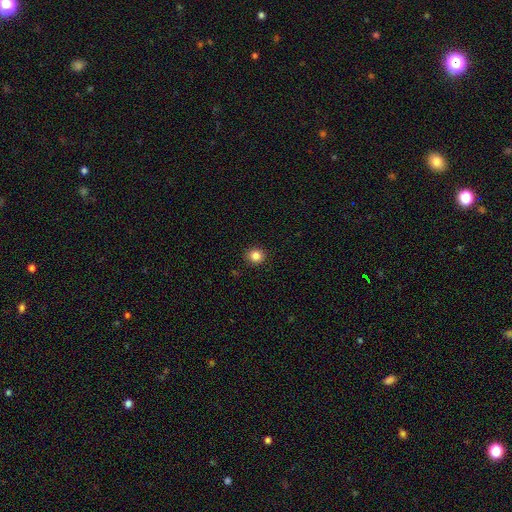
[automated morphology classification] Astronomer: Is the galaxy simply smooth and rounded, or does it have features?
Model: smooth — 85%.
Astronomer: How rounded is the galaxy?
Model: round — 90%.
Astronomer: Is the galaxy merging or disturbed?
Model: none — 92%.